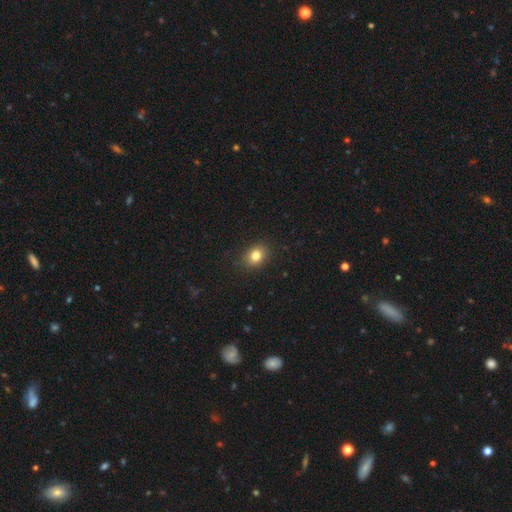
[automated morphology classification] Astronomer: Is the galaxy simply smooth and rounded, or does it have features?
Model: smooth — 81%.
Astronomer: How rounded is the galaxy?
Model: round — 50% (runner-up: in between, 49%).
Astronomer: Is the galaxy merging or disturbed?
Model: none — 88%.